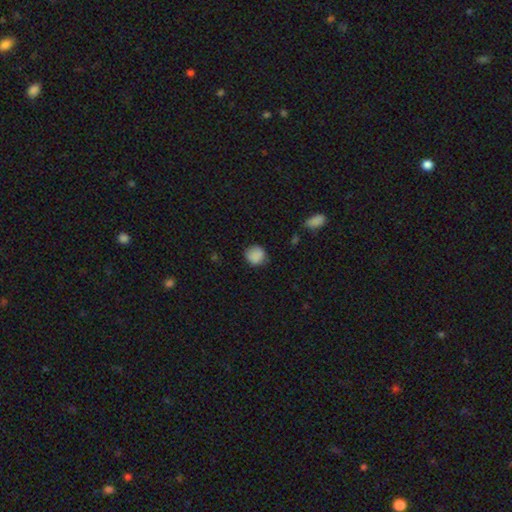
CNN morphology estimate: Smooth or featured?
  - smooth: 86% *
  - star or artifact: 9%
  - featured or disk: 5%
How rounded?
  - round: 86% *
  - in between: 13%
  - cigar-shaped: 1%
Merging?
  - none: 77% *
  - minor disturbance: 18%
  - major disturbance: 4%
  - merger: 1%